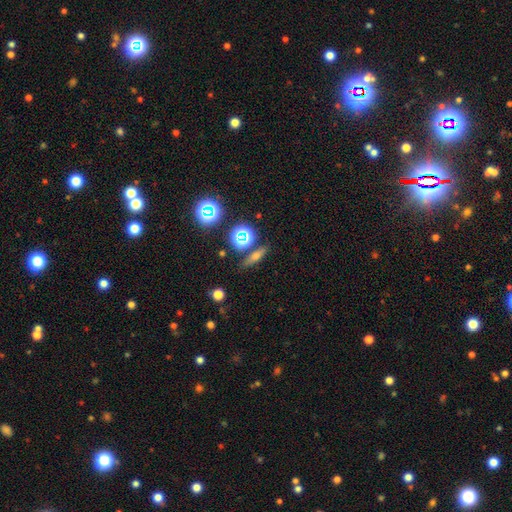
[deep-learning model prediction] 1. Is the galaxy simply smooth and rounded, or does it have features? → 43% smooth, 33% featured or disk, 24% star or artifact.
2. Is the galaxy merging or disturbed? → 82% none, 9% minor disturbance, 6% merger, 3% major disturbance.